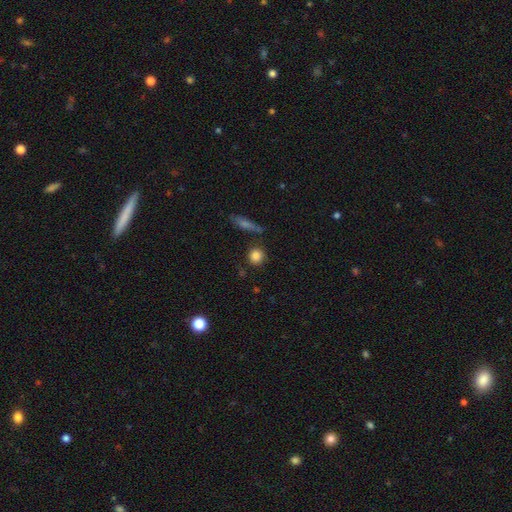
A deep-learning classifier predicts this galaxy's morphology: Smooth or featured? smooth (85%)
How rounded? round (87%)
Merging? none (80%)